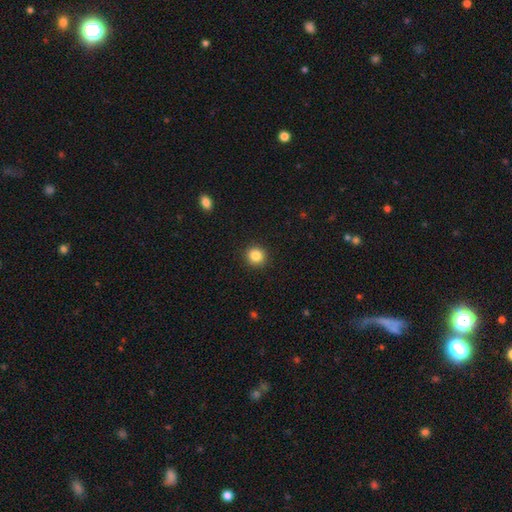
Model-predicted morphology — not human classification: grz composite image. It shows a smooth galaxy with no disk features (85%) that is round (89%). Merging: none (92%).